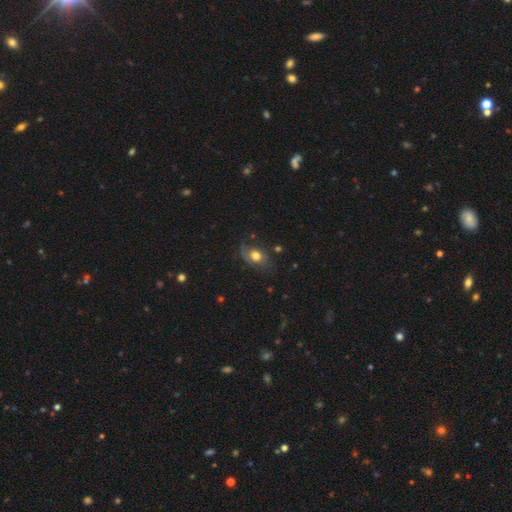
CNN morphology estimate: Q: Smooth or featured?
A: smooth (59%); runner-up: featured or disk (31%)
Q: How rounded?
A: in between (74%); runner-up: round (24%)
Q: Merging?
A: none (59%); runner-up: minor disturbance (26%)